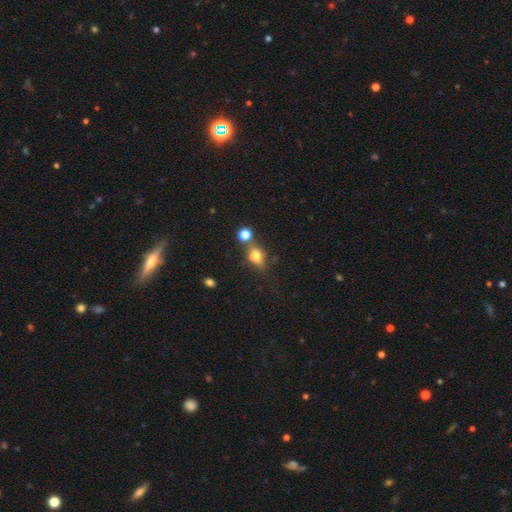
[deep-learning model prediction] smooth 62%, featured or disk 22%, star or artifact 16%. Down the decision tree: how rounded — in between (55%); merging — none (50%).